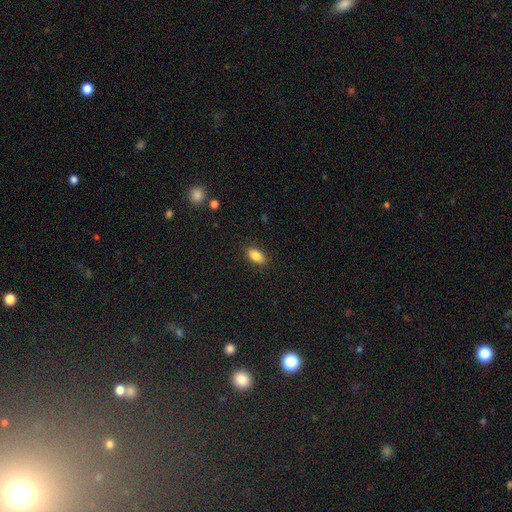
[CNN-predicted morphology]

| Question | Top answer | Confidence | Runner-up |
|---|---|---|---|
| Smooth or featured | smooth | 87% | star or artifact (8%) |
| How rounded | in between | 90% | round (6%) |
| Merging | none | 88% | minor disturbance (9%) |